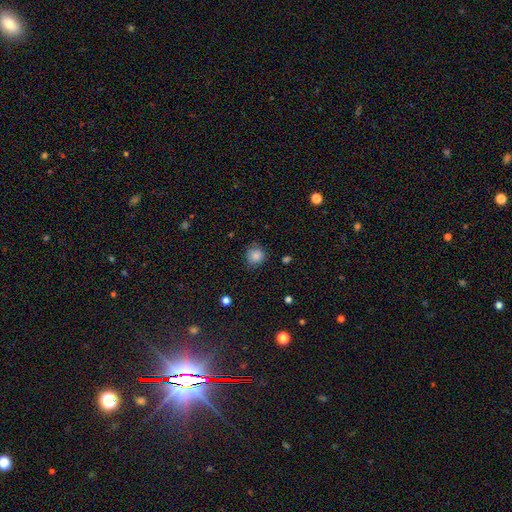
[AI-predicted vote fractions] Smooth or featured? Predicted: smooth (p=0.85). How rounded? Predicted: round (p=0.90). Merging? Predicted: none (p=0.82).